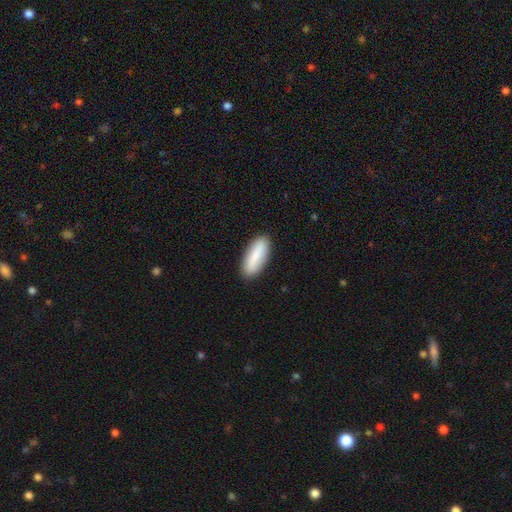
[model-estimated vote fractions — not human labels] smooth_or_featured: smooth (p=0.83) [alt: featured or disk p=0.11]
how_rounded: in between (p=0.63) [alt: cigar-shaped p=0.35]
merging: none (p=0.88) [alt: minor disturbance p=0.09]